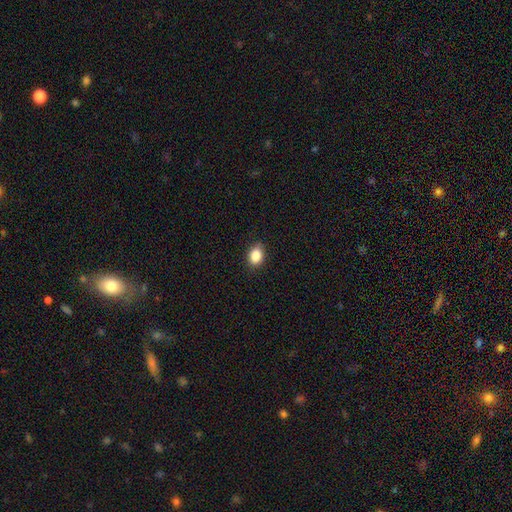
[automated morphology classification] A smooth galaxy with no disk features (86%) that is in between round and cigar-shaped (63%).

Vote fractions:
- Smooth or featured? smooth: 86% / star or artifact: 10% / featured or disk: 5%
- How rounded? in between: 63% / round: 36% / cigar-shaped: 1%
- Merging? none: 86% / minor disturbance: 11% / major disturbance: 2% / merger: 1%